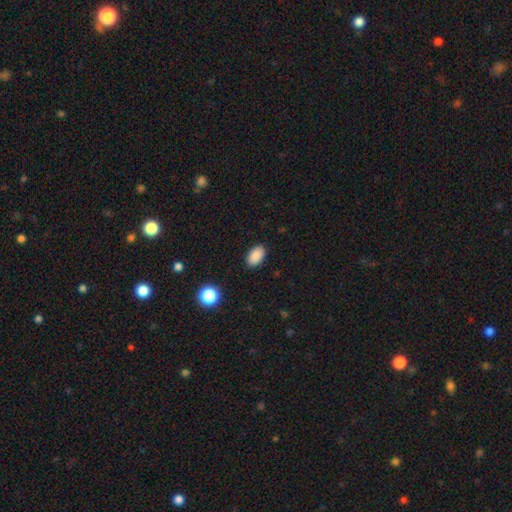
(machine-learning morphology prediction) This is clearly a smooth galaxy (87%). How rounded: clearly in between (91%). Merging: clearly none (88%).